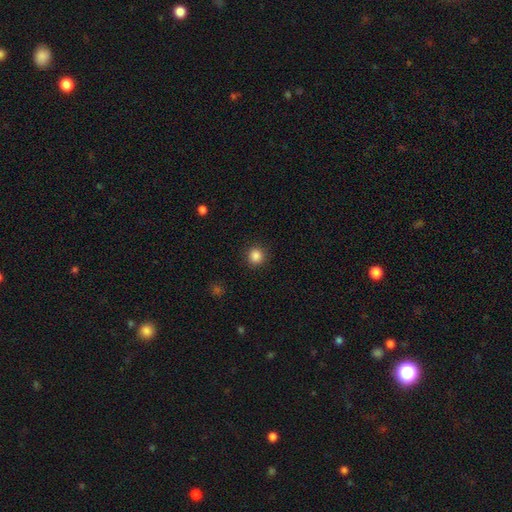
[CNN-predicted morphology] smooth 86%, star or artifact 11%, featured or disk 3%. Down the decision tree: how rounded — round (93%); merging — none (91%).